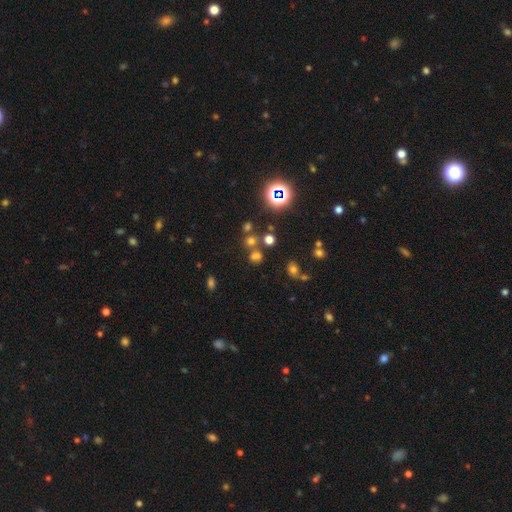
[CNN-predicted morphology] This appears to be a smooth galaxy with no disk features (53%) that is round (78%). Merging: none (60%).